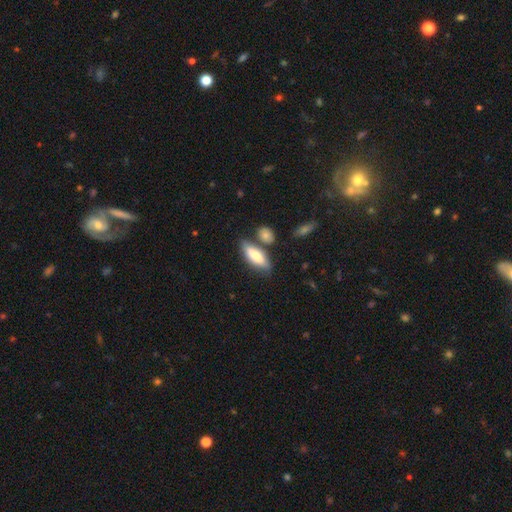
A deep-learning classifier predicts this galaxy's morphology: Smooth or featured?
  - smooth: 73% *
  - featured or disk: 21%
  - star or artifact: 6%
How rounded?
  - in between: 65% *
  - cigar-shaped: 33%
  - round: 2%
Merging?
  - none: 66% *
  - minor disturbance: 15%
  - merger: 15%
  - major disturbance: 4%